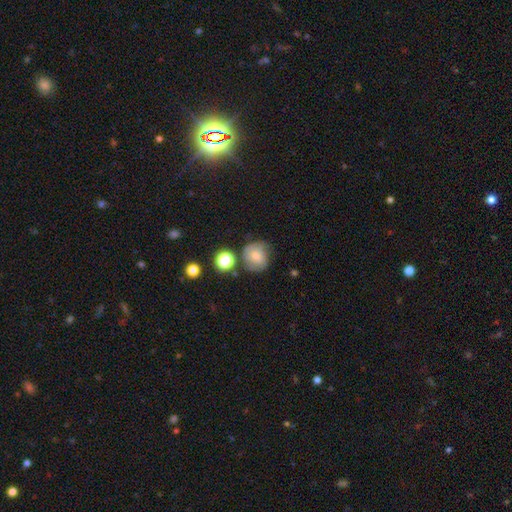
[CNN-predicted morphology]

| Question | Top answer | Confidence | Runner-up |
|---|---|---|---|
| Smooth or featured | smooth | 60% | featured or disk (28%) |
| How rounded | round | 84% | in between (15%) |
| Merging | none | 60% | minor disturbance (24%) |